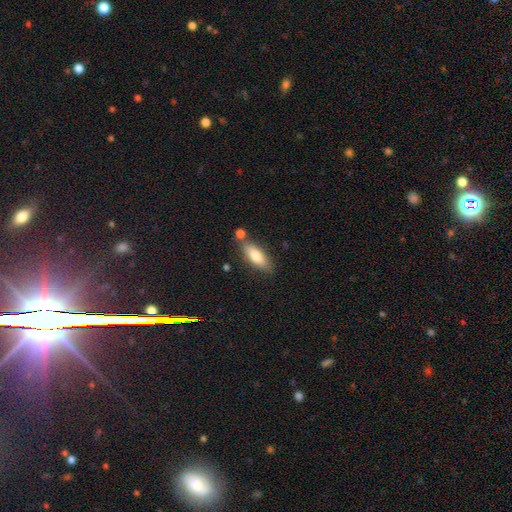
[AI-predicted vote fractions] Overall: smooth (75%). How rounded: in between (60%; cigar-shaped 38%). Merging: none (70%).